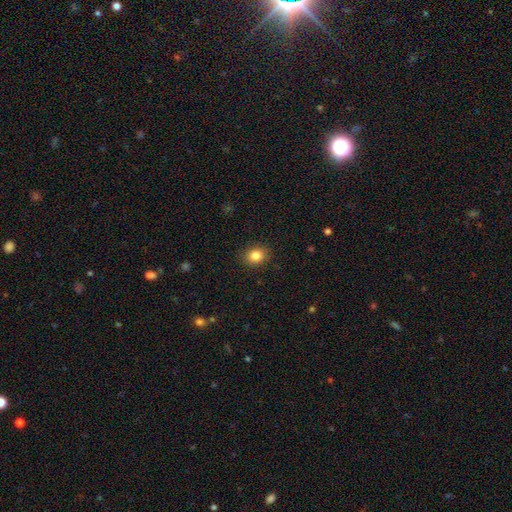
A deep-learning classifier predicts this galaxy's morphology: Q: Smooth or featured?
A: smooth (84%); runner-up: star or artifact (10%)
Q: How rounded?
A: round (58%); runner-up: in between (41%)
Q: Merging?
A: none (89%); runner-up: minor disturbance (8%)